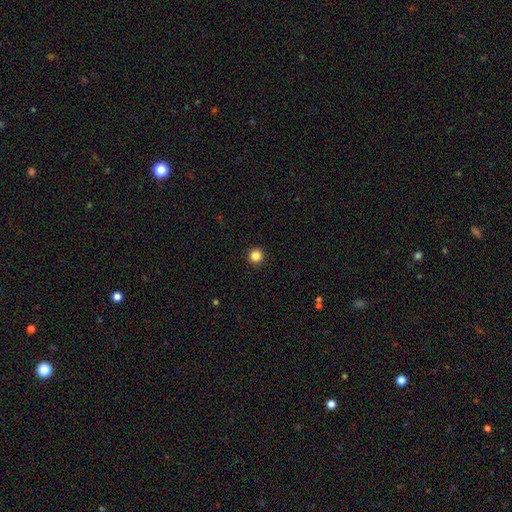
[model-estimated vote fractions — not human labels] This appears to be a smooth galaxy with no disk features (85%) that is round (96%). Merging: none (94%).